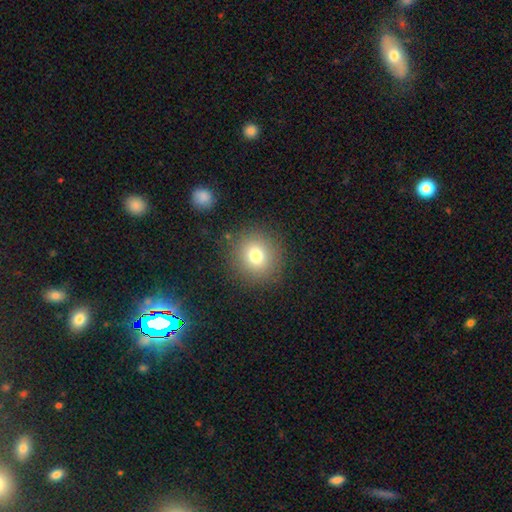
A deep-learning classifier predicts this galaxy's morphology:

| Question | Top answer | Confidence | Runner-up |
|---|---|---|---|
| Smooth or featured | smooth | 76% | star or artifact (14%) |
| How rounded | round | 90% | in between (9%) |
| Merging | none | 86% | minor disturbance (8%) |